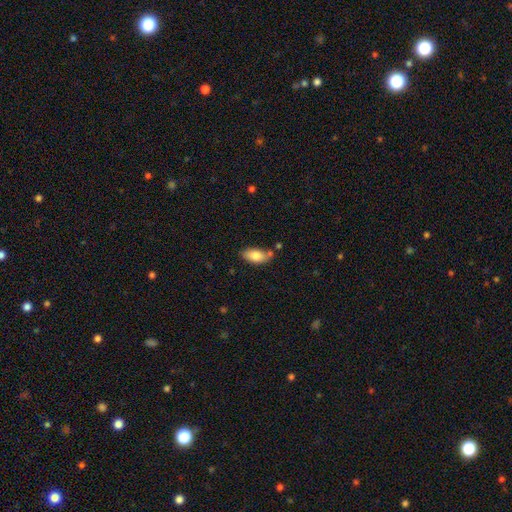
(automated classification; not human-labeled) A smooth galaxy with no disk features (81%) that is in between round and cigar-shaped (92%).

Vote fractions:
- Smooth or featured? smooth: 81% / featured or disk: 12% / star or artifact: 7%
- How rounded? in between: 92% / cigar-shaped: 5% / round: 3%
- Merging? none: 68% / minor disturbance: 18% / merger: 10% / major disturbance: 4%